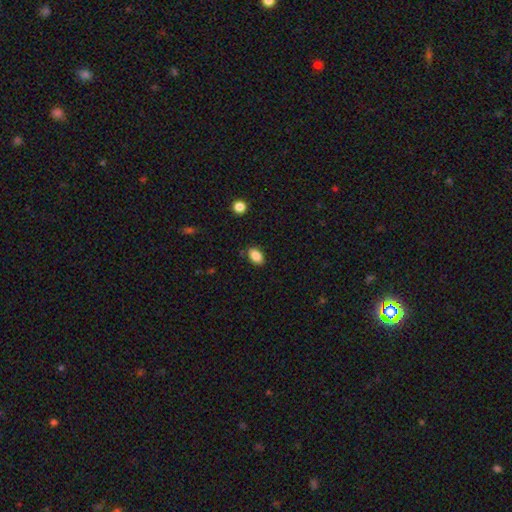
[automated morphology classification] smooth 87%, star or artifact 9%, featured or disk 5%. Down the decision tree: how rounded — in between (88%); merging — none (84%).